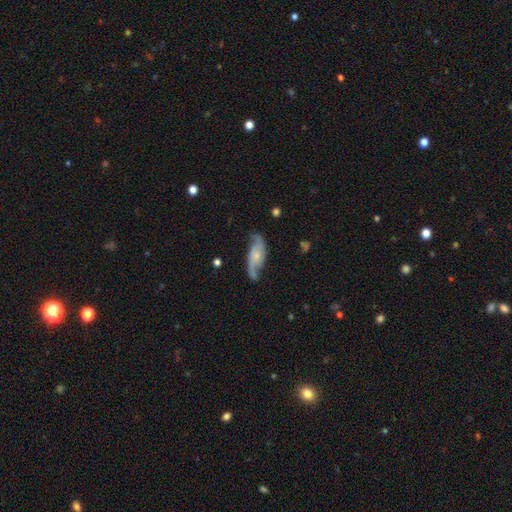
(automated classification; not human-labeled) A featured or disk galaxy (72%) with no bar (66%), 2 (86%) loose (59%) spiral arms (91%) and a small central bulge (61%).

Vote fractions:
- Smooth or featured? featured or disk: 72% / smooth: 22% / star or artifact: 6%
- Edge-on disk? no: 89% / yes: 11%
- Bar? no: 66% / weak: 27% / strong: 7%
- Spiral arms? yes: 91% / no: 9%
- Spiral winding? loose: 59% / medium: 29% / tight: 12%
- Spiral arm count? 2: 86% / can't tell: 7% / 1: 4% / 3: 2% / 4: 1% / more than 4: 1%
- Bulge size? small: 61% / moderate: 26% / none: 9% / large: 2% / dominant: 1%
- Merging? none: 63% / minor disturbance: 23% / major disturbance: 11% / merger: 3%